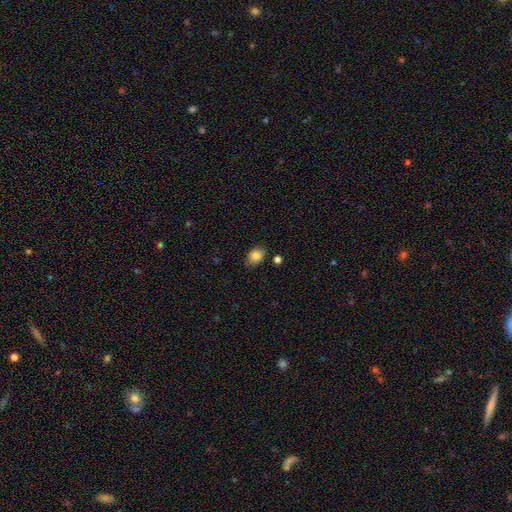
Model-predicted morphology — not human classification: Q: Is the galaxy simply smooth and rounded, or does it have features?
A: smooth — 84%.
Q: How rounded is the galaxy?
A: in between — 66%.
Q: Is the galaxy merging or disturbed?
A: none — 80%.